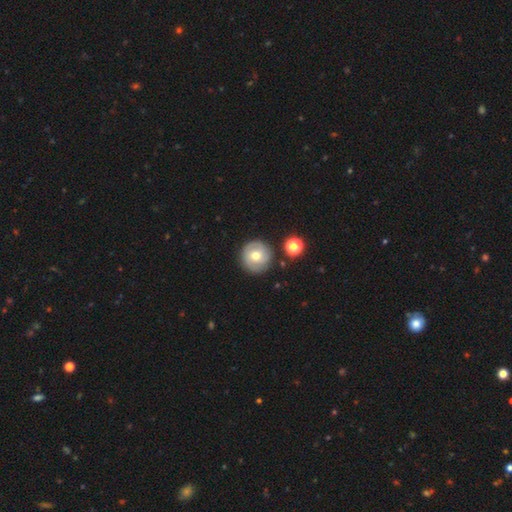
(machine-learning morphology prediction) A featured or disk galaxy (47%). Merging: none (85%).